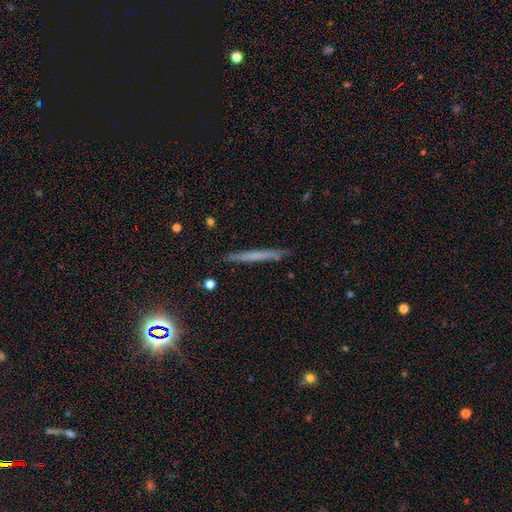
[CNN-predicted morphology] type=smooth (52%); roundness=cigar-shaped (97%); merging=none (89%).